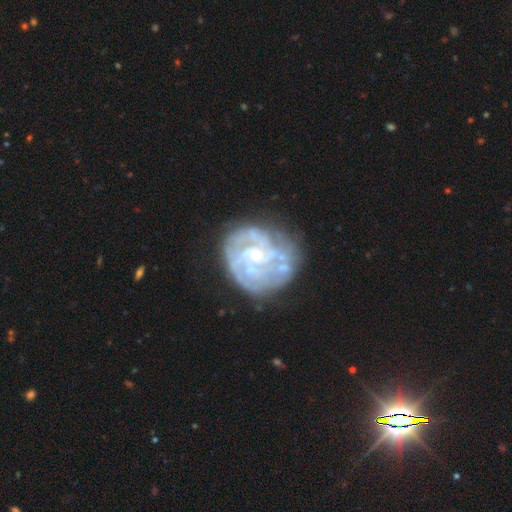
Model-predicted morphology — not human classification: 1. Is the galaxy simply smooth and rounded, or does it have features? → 84% featured or disk, 9% smooth, 6% star or artifact.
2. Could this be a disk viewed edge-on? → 98% no, 2% yes.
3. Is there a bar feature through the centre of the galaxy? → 67% no, 28% weak, 6% strong.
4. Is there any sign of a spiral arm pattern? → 89% yes, 11% no.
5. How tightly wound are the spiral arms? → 64% tight, 29% medium, 8% loose.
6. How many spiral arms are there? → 37% can't tell, 22% 3, 15% 2, 14% 4, 6% more than 4, 6% 1.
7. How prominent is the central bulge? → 55% small, 39% moderate, 3% none, 2% large, 1% dominant.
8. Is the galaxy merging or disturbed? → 66% none, 20% minor disturbance, 11% major disturbance, 4% merger.